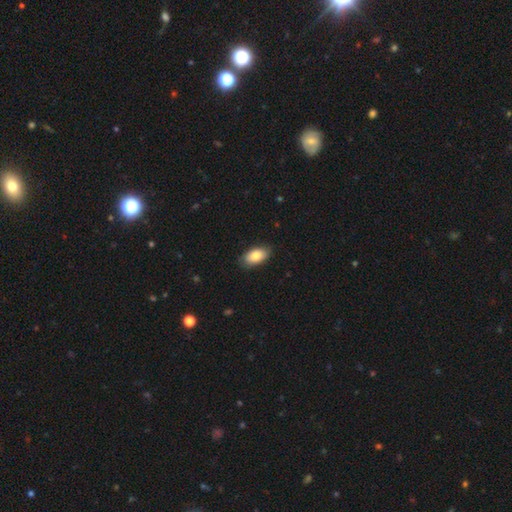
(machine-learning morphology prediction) Overall: smooth (83%). How rounded: in between (93%). Merging: none (84%).